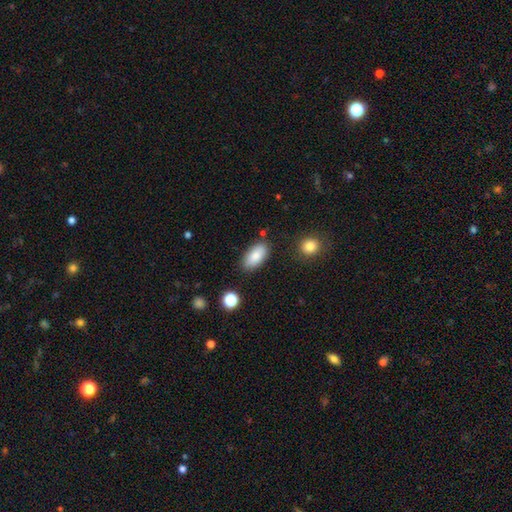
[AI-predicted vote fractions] Overall: smooth (85%). How rounded: in between (91%). Merging: none (83%).